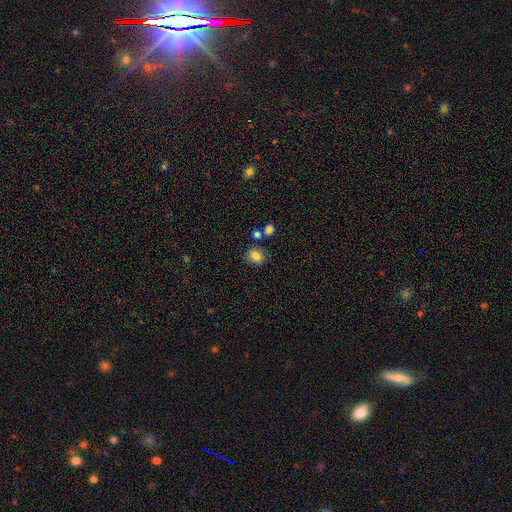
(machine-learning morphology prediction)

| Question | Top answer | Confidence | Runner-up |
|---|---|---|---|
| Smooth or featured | smooth | 83% | star or artifact (11%) |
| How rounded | round | 53% | in between (46%) |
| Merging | none | 77% | minor disturbance (12%) |